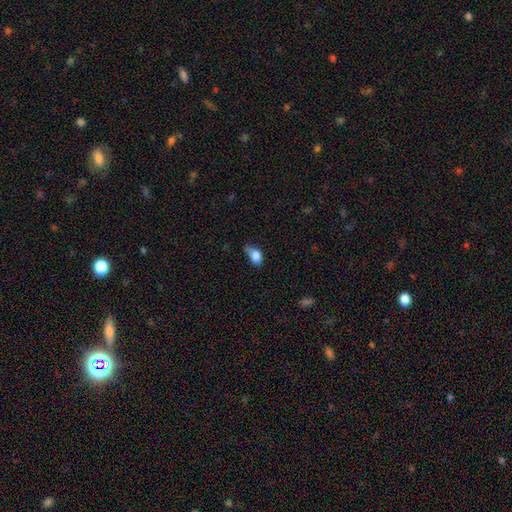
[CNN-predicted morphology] Smooth or featured: smooth — 80% (featured or disk — 10%)
How rounded: in between — 83% (round — 13%)
Merging: minor disturbance — 44% (none — 33%)